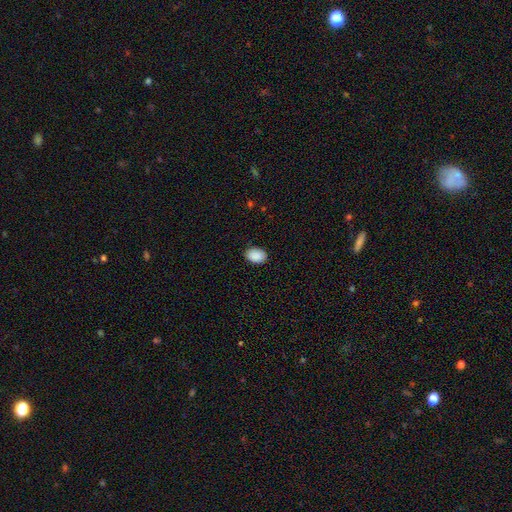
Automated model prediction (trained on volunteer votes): Smooth or featured: smooth — 90% (star or artifact — 7%)
How rounded: in between — 80% (round — 19%)
Merging: none — 87% (minor disturbance — 10%)